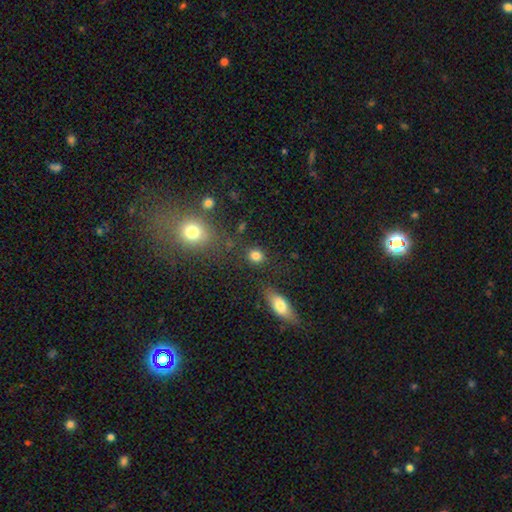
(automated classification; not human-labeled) Smooth or featured? Predicted: smooth (p=0.83). How rounded? Predicted: round (p=0.76). Merging? Predicted: none (p=0.83).